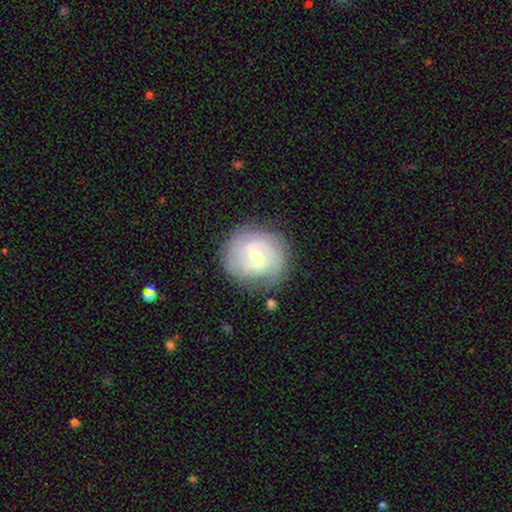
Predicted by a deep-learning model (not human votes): Q: Smooth or featured?
A: featured or disk (74%); runner-up: smooth (20%)
Q: Edge-on disk?
A: no (98%); runner-up: yes (2%)
Q: Bar?
A: weak (59%); runner-up: no (26%)
Q: Spiral arms?
A: yes (89%); runner-up: no (11%)
Q: Spiral winding?
A: tight (53%); runner-up: medium (36%)
Q: Spiral arm count?
A: 2 (57%); runner-up: can't tell (22%)
Q: Bulge size?
A: moderate (59%); runner-up: small (36%)
Q: Merging?
A: none (79%); runner-up: minor disturbance (14%)